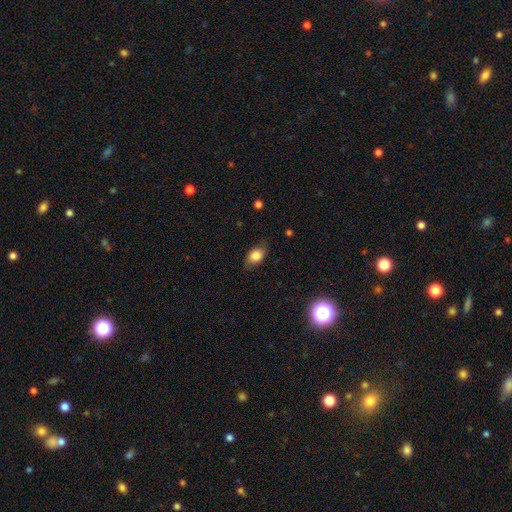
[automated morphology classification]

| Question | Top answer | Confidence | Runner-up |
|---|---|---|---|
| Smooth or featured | smooth | 81% | featured or disk (10%) |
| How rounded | in between | 81% | round (16%) |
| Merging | none | 78% | minor disturbance (17%) |